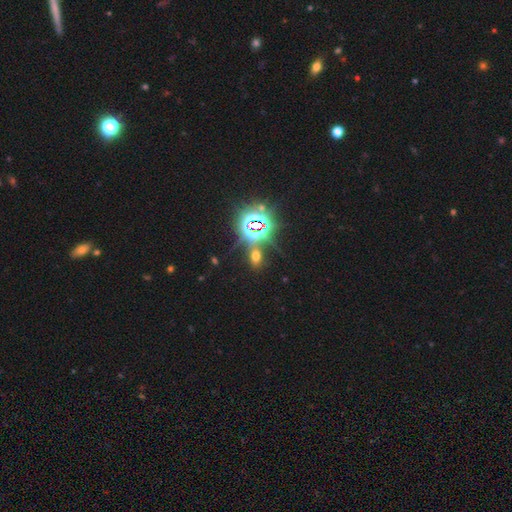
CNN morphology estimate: type=star or artifact (53%).